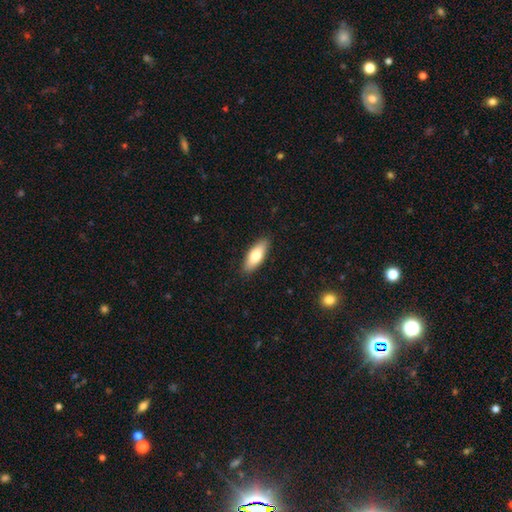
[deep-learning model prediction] smooth 74%, featured or disk 20%, star or artifact 6%. Down the decision tree: how rounded — in between (71%); merging — none (89%).